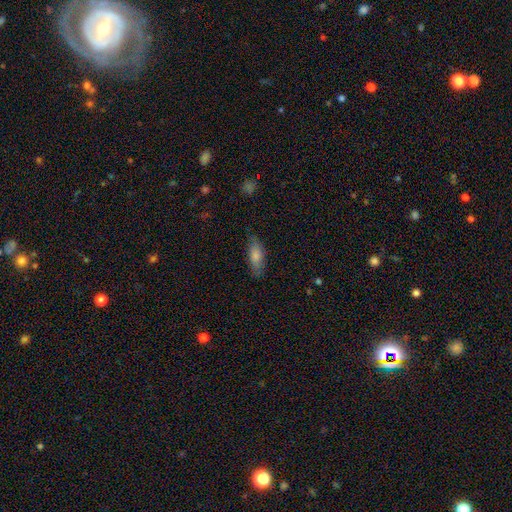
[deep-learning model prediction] Smooth or featured? smooth (77%)
How rounded? in between (72%)
Merging? none (75%)